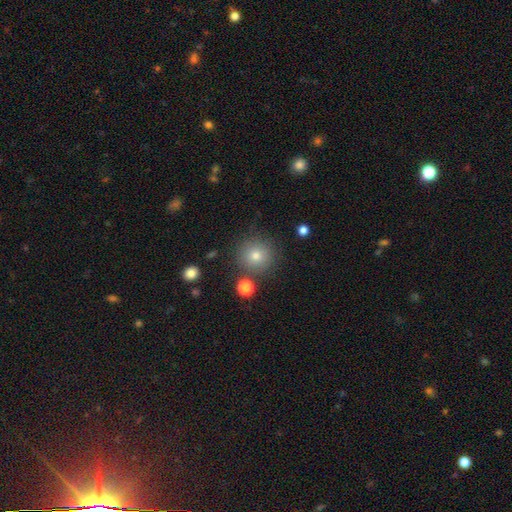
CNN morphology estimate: smooth 77%, star or artifact 14%, featured or disk 9%. Down the decision tree: how rounded — round (94%); merging — none (85%).